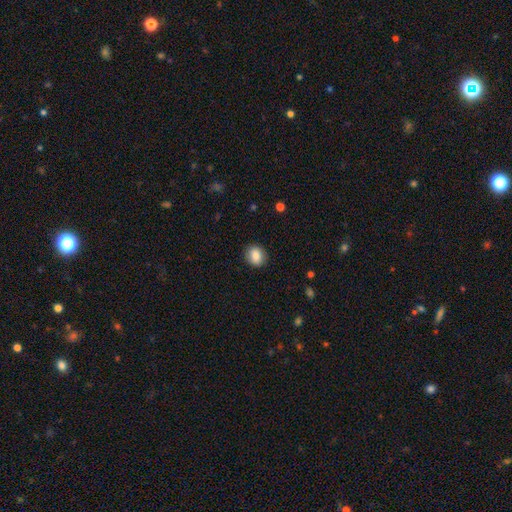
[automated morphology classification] Smooth or featured? Predicted: smooth (p=0.86). How rounded? Predicted: round (p=0.60). Merging? Predicted: none (p=0.89).